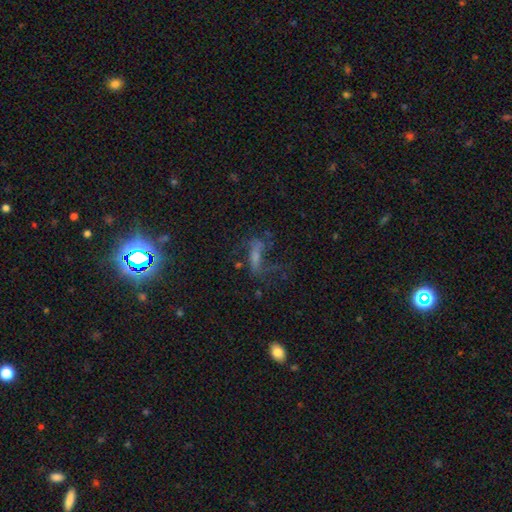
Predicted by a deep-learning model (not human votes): A featured or disk galaxy (40%). Merging: none (44%).